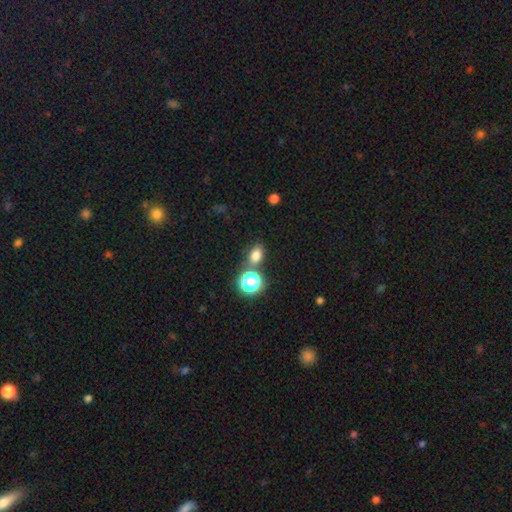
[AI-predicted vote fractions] A smooth galaxy with no disk features (75%) that is in between round and cigar-shaped (65%). Merging: none (72%).